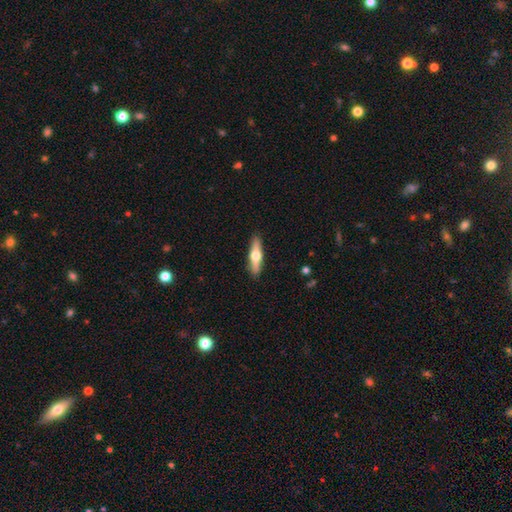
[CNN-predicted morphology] Smooth or featured?
  - featured or disk: 53% *
  - smooth: 42%
  - star or artifact: 5%
Edge-on disk?
  - yes: 94% *
  - no: 6%
Merging?
  - none: 90% *
  - minor disturbance: 7%
  - major disturbance: 2%
  - merger: 1%